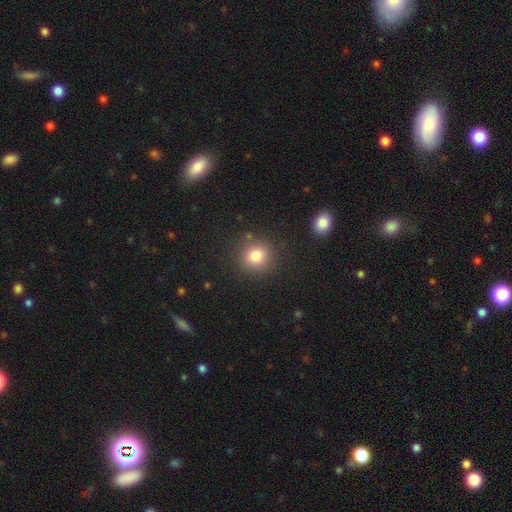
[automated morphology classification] A smooth galaxy with no disk features (81%) that is round (88%).

Vote fractions:
- Smooth or featured? smooth: 81% / star or artifact: 12% / featured or disk: 7%
- How rounded? round: 88% / in between: 11% / cigar-shaped: 1%
- Merging? none: 86% / minor disturbance: 8% / major disturbance: 3% / merger: 3%